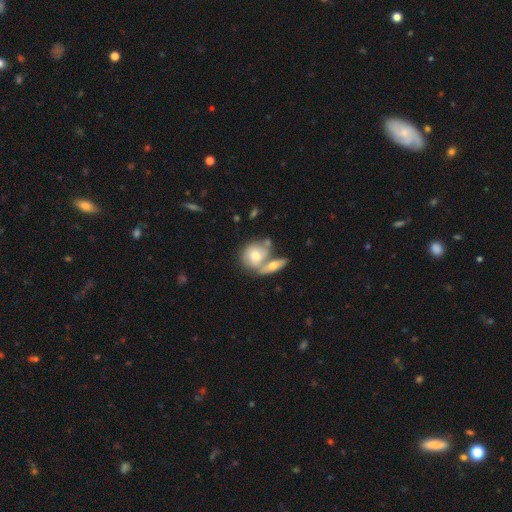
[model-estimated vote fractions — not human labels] The model was most divided on "merging": merger: 49%, none: 36%, minor disturbance: 10%, major disturbance: 4%. More confident: smooth or featured — smooth (62%); how rounded — round (59%).